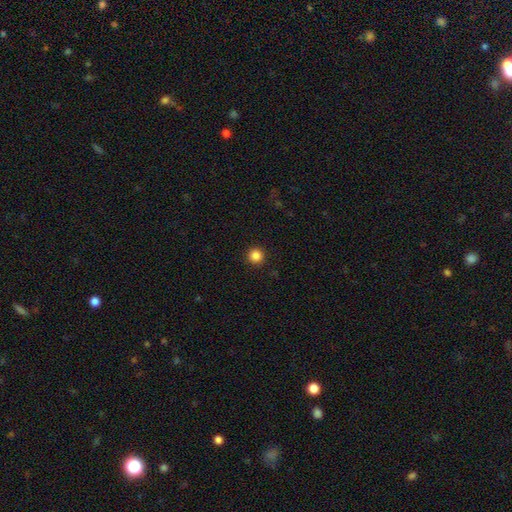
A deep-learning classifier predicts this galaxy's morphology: This appears to be a smooth galaxy with no disk features (85%) that is round (96%). Merging: none (93%).